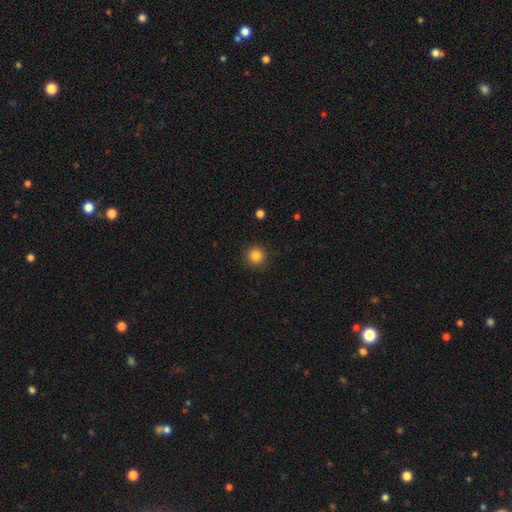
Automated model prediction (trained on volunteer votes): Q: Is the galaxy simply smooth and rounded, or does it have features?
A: smooth — 85%.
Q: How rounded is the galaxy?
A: round — 95%.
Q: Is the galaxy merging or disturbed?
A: none — 91%.